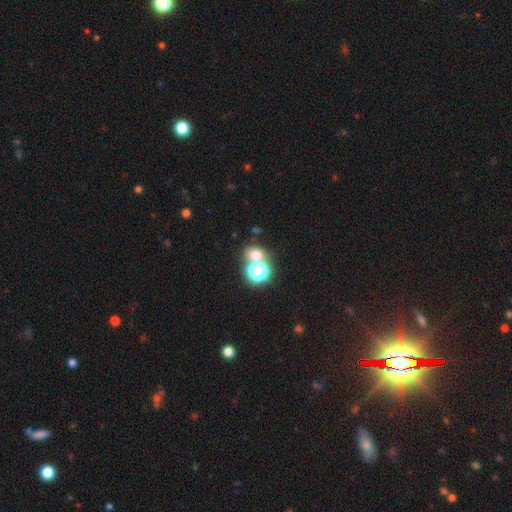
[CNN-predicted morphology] Smooth or featured?
  - smooth: 63% *
  - star or artifact: 27%
  - featured or disk: 10%
How rounded?
  - round: 64% *
  - in between: 34%
  - cigar-shaped: 1%
Merging?
  - none: 55% *
  - merger: 33%
  - minor disturbance: 8%
  - major disturbance: 4%